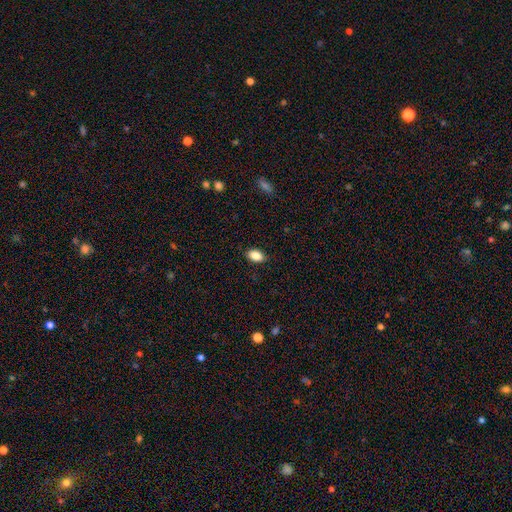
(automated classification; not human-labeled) A smooth galaxy with no disk features (86%) that is in between round and cigar-shaped (89%).

Vote fractions:
- Smooth or featured? smooth: 86% / star or artifact: 8% / featured or disk: 6%
- How rounded? in between: 89% / round: 9% / cigar-shaped: 2%
- Merging? none: 87% / minor disturbance: 10% / major disturbance: 2% / merger: 1%